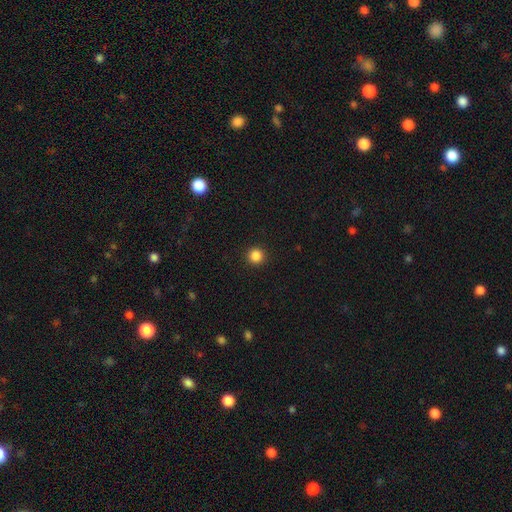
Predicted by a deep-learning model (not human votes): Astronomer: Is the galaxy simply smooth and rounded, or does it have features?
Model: smooth — 85%.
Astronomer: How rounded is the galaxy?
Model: round — 95%.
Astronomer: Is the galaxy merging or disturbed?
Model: none — 93%.